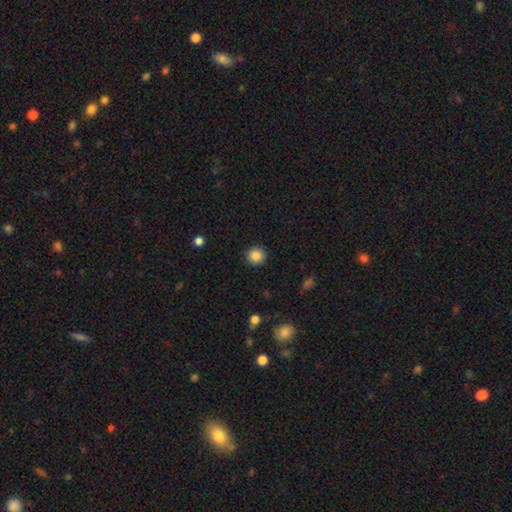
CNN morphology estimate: Smooth or featured? smooth (86%)
How rounded? round (94%)
Merging? none (92%)